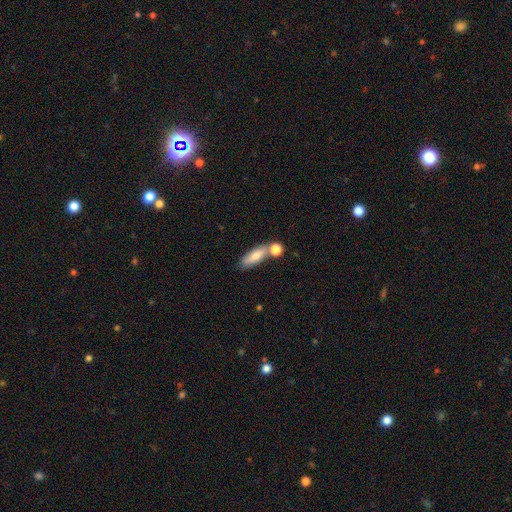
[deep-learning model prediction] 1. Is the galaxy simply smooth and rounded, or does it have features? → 72% smooth, 21% featured or disk, 7% star or artifact.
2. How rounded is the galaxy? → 53% in between, 43% cigar-shaped, 5% round.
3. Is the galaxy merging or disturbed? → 56% none, 27% merger, 13% minor disturbance, 4% major disturbance.